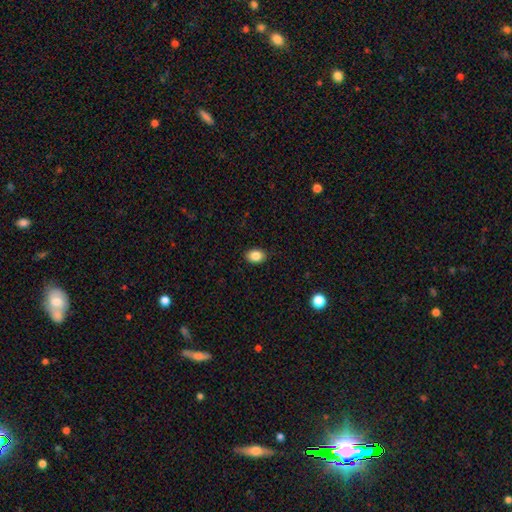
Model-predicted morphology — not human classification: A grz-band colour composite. It shows a smooth galaxy with no disk features (86%) that is in between round and cigar-shaped (73%). Merging: none (88%).